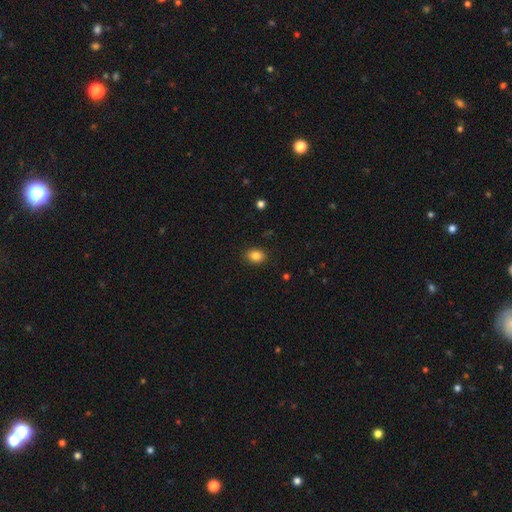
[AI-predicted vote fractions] A smooth galaxy with no disk features (85%) that is in between round and cigar-shaped (63%).

Vote fractions:
- Smooth or featured? smooth: 85% / star or artifact: 10% / featured or disk: 6%
- How rounded? in between: 63% / round: 36% / cigar-shaped: 1%
- Merging? none: 88% / minor disturbance: 8% / major disturbance: 2% / merger: 1%